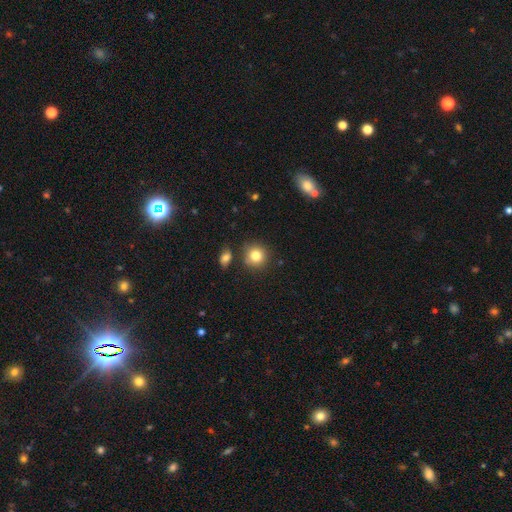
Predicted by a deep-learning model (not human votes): Morphology: type=smooth (81%); roundness=round (90%); merging=none (80%).